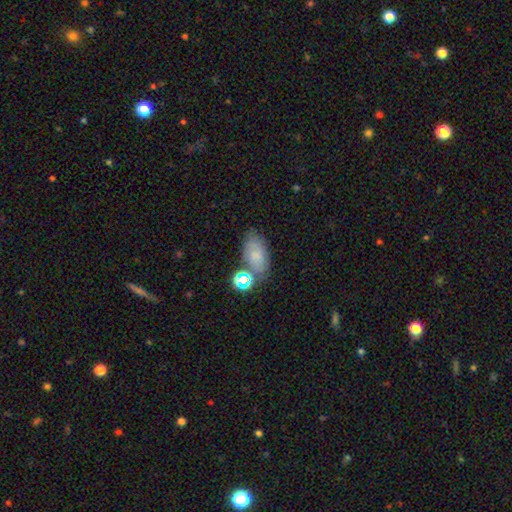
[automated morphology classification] type=smooth (68%); roundness=in between (88%); merging=none (57%).